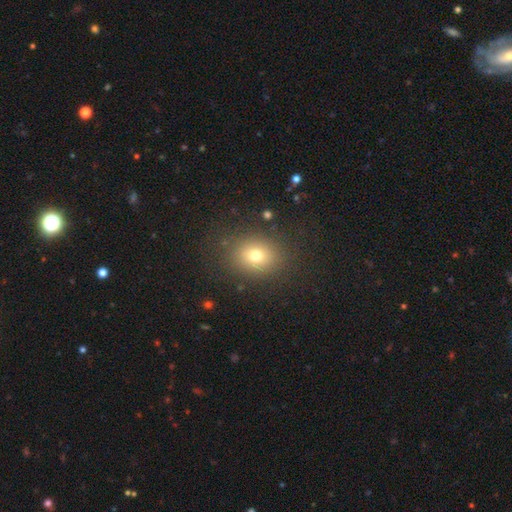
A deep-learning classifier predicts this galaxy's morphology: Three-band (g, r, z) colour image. It shows a smooth galaxy with no disk features (73%) that is round (64%). Merging: none (84%).